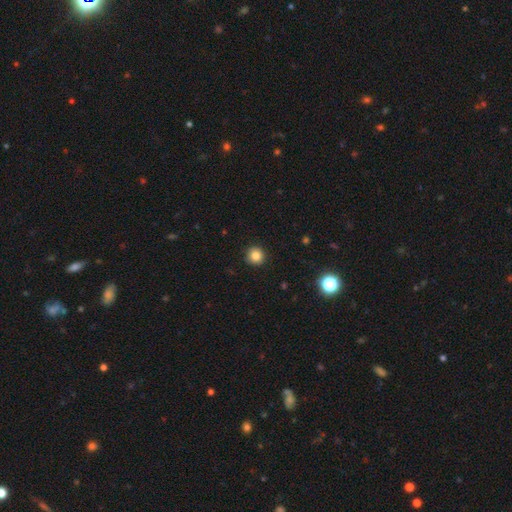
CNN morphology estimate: The model was most divided on "smooth or featured": smooth: 83%, star or artifact: 11%, featured or disk: 5%. More confident: how rounded — round (94%); merging — none (92%).